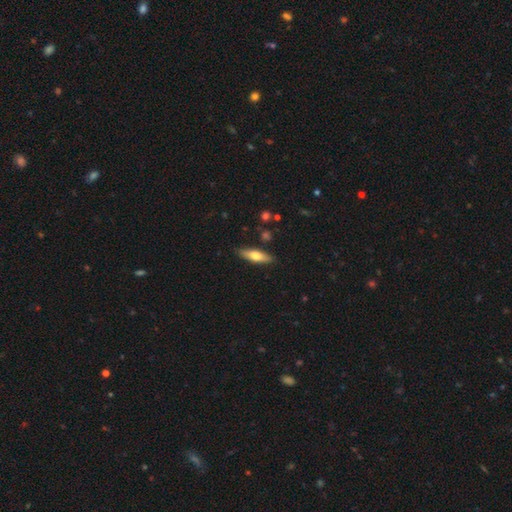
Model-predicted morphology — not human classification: This is possibly a smooth galaxy (60%). How rounded: possibly cigar-shaped (58%). Merging: clearly none (87%).